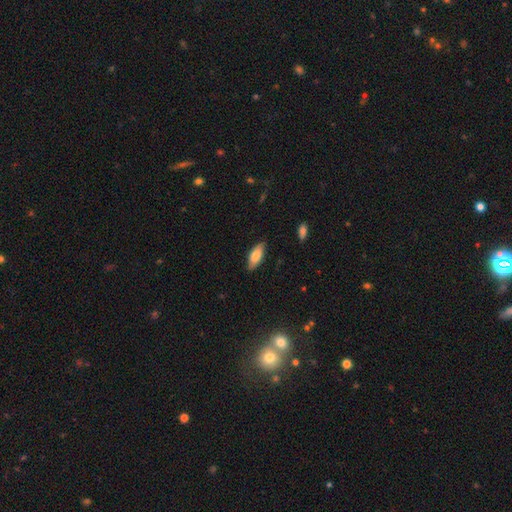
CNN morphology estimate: Smooth or featured? Predicted: smooth (p=0.79). How rounded? Predicted: in between (p=0.81). Merging? Predicted: none (p=0.84).